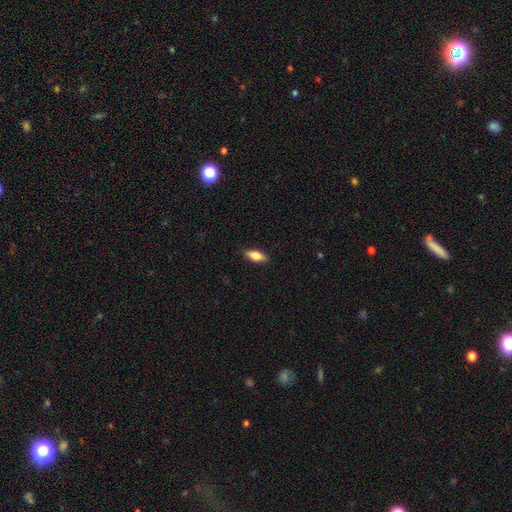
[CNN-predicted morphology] smooth-or-featured: smooth: 70% | featured or disk: 23% | star or artifact: 7%
  how-rounded: in between: 79% | cigar-shaped: 18% | round: 3%
  merging: none: 88% | minor disturbance: 9% | major disturbance: 2% | merger: 1%